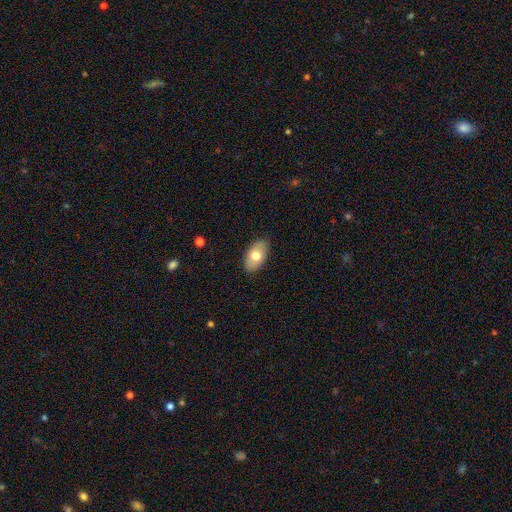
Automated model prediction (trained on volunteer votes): smooth-or-featured: smooth: 72% | featured or disk: 22% | star or artifact: 6%
  how-rounded: in between: 93% | round: 5% | cigar-shaped: 2%
  merging: none: 87% | minor disturbance: 10% | major disturbance: 2% | merger: 1%